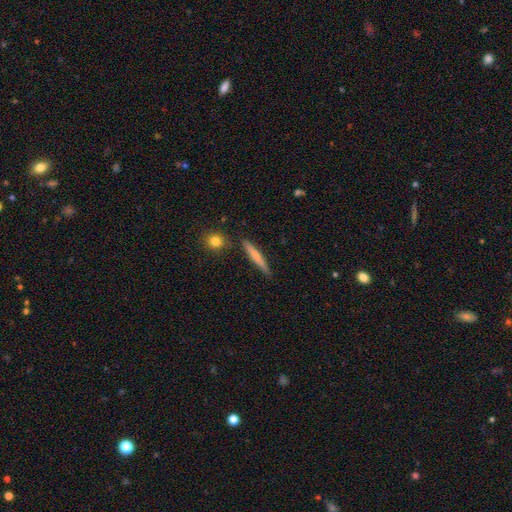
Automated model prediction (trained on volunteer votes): A smooth galaxy with no disk features (57%) that is cigar-shaped (93%). Merging: none (85%).